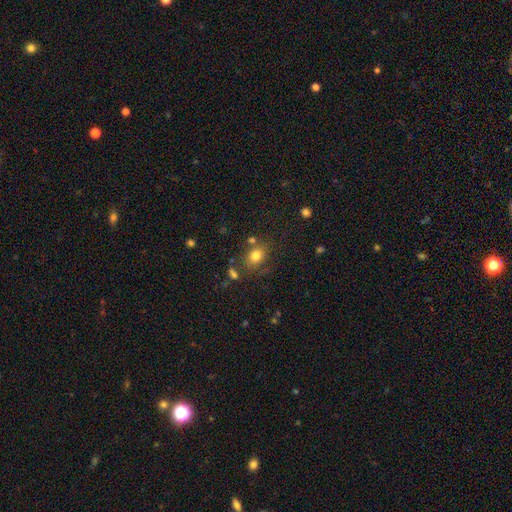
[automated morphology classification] Smooth or featured: smooth — 78% (star or artifact — 13%)
How rounded: in between — 55% (round — 44%)
Merging: none — 68% (minor disturbance — 15%)